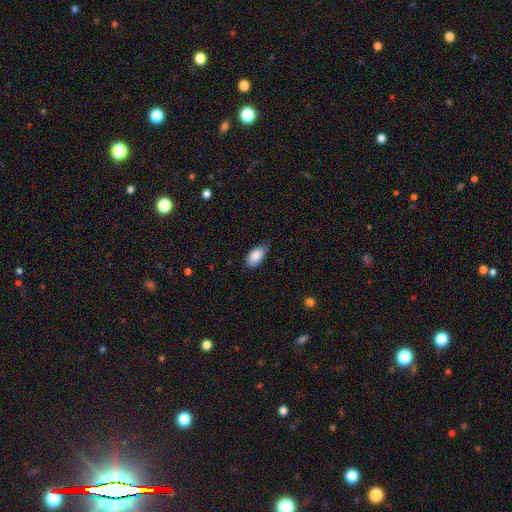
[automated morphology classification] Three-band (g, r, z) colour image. It shows a smooth galaxy with no disk features (87%) that is in between round and cigar-shaped (94%). Merging: none (59%).